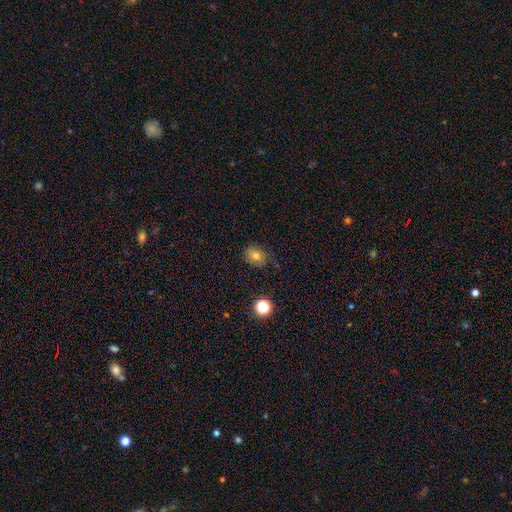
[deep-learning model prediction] A smooth galaxy with no disk features (73%) that is round (53%). Merging: none (73%).